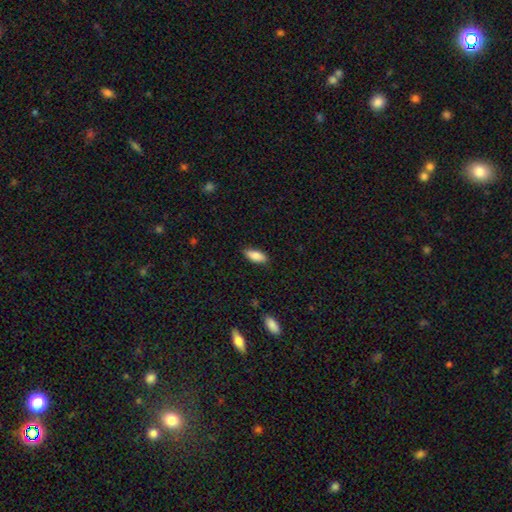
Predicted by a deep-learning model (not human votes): smooth 87%, star or artifact 7%, featured or disk 6%. Down the decision tree: how rounded — in between (84%); merging — none (84%).